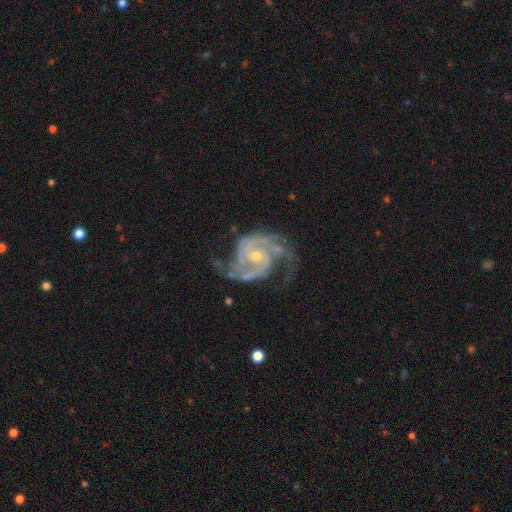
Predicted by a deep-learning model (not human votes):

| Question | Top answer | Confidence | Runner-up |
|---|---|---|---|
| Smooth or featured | featured or disk | 92% | star or artifact (5%) |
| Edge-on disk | no | 98% | yes (2%) |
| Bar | no | 63% | weak (28%) |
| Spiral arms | yes | 98% | no (2%) |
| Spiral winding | medium | 53% | tight (36%) |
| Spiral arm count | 2 | 72% | 3 (13%) |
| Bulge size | small | 65% | moderate (32%) |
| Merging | none | 63% | minor disturbance (21%) |